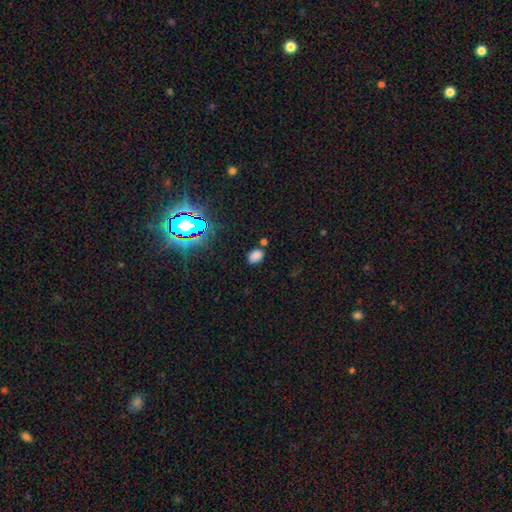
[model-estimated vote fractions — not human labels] This is likely a smooth galaxy (75%). How rounded: likely in between (73%). Merging: likely none (75%).